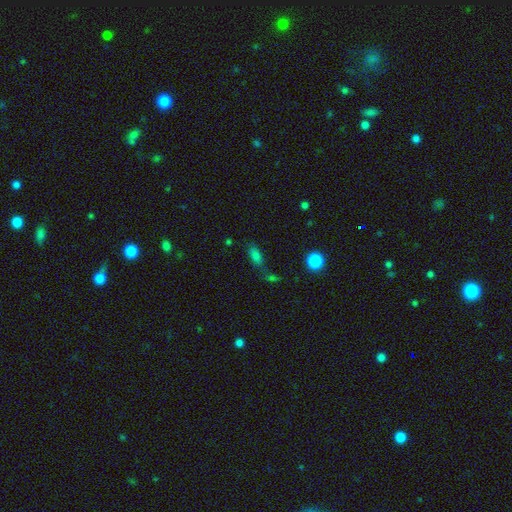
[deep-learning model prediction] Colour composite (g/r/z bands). It shows a smooth galaxy with no disk features (74%) that is in between round and cigar-shaped (76%). Merging: none (54%).